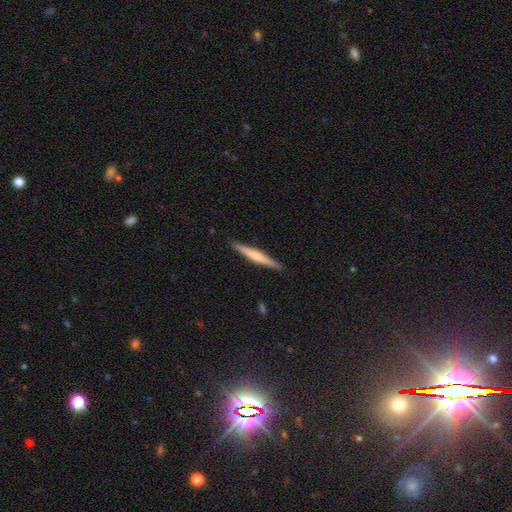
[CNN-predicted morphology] Smooth or featured?
  - featured or disk: 55% *
  - smooth: 40%
  - star or artifact: 5%
Edge-on disk?
  - yes: 98% *
  - no: 2%
Edge-on bulge?
  - rounded: 55% *
  - none: 28%
  - boxy: 17%
Merging?
  - none: 91% *
  - minor disturbance: 6%
  - major disturbance: 1%
  - merger: 1%